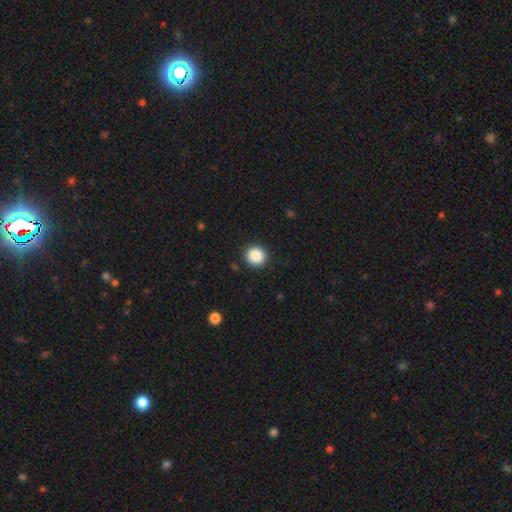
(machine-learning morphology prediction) smooth-or-featured: smooth: 88% | star or artifact: 9% | featured or disk: 3%
  how-rounded: round: 93% | in between: 6% | cigar-shaped: 1%
  merging: none: 91% | minor disturbance: 6% | major disturbance: 2% | merger: 1%